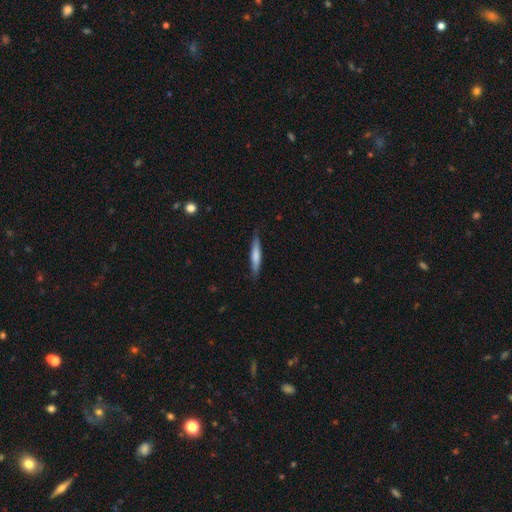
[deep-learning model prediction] Q: Smooth or featured?
A: smooth (68%); runner-up: featured or disk (27%)
Q: How rounded?
A: cigar-shaped (90%); runner-up: in between (8%)
Q: Merging?
A: none (83%); runner-up: minor disturbance (14%)